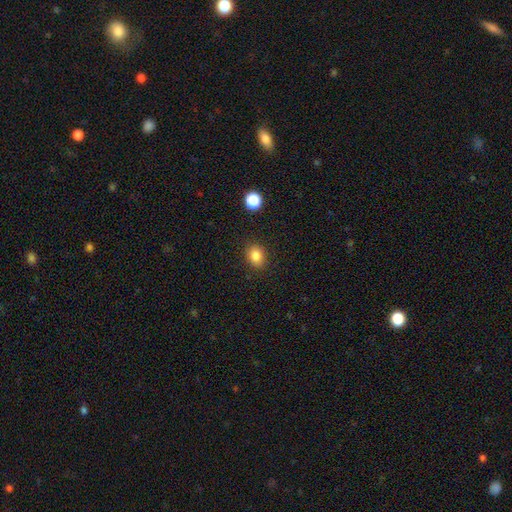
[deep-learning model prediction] smooth_or_featured: smooth (p=0.83) [alt: star or artifact p=0.11]
how_rounded: round (p=0.55) [alt: in between p=0.44]
merging: none (p=0.88) [alt: minor disturbance p=0.08]